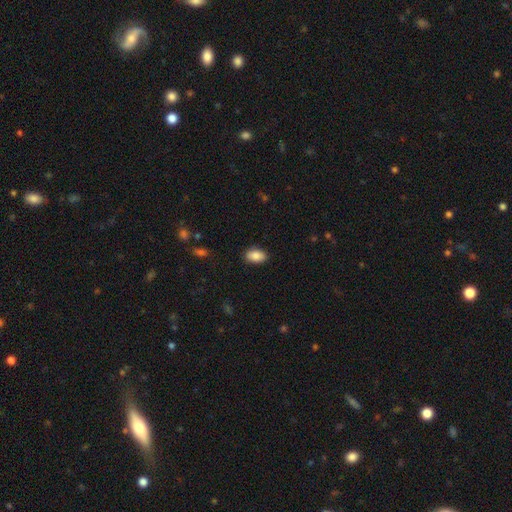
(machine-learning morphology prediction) The model was most divided on "merging": none: 88%, minor disturbance: 9%, major disturbance: 2%, merger: 1%. More confident: how rounded — in between (91%); smooth or featured — smooth (87%).